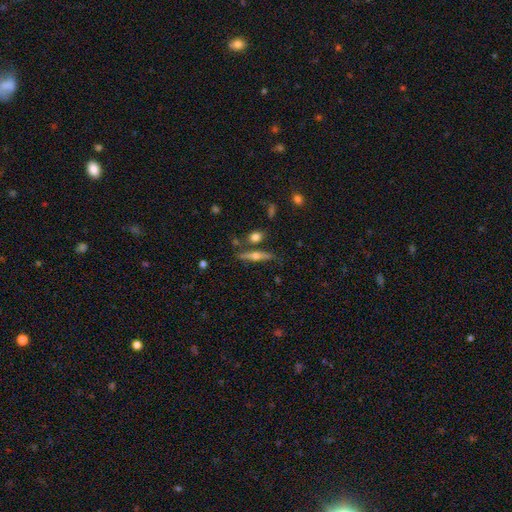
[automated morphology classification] This is likely a featured or disk galaxy (60%). It is clearly viewed edge-on (95%). Edge-on bulge: clearly rounded (92%). Merging: likely none (77%).